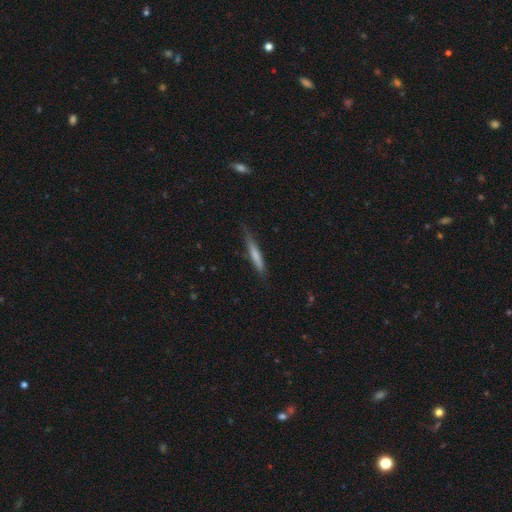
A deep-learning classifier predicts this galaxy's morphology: The model was most divided on "smooth or featured": smooth: 66%, featured or disk: 28%, star or artifact: 6%. More confident: how rounded — cigar-shaped (93%); merging — none (73%).